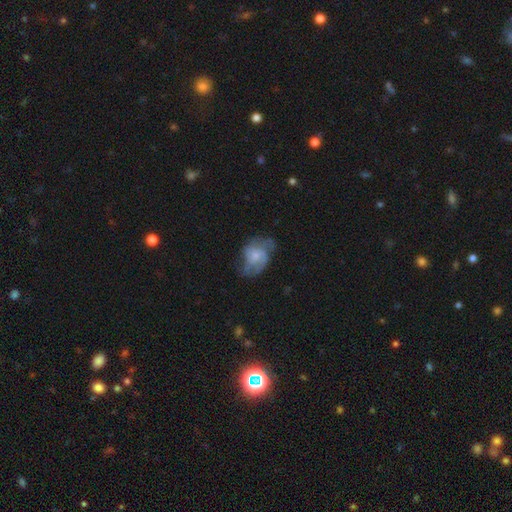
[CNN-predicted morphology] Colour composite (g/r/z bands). It shows a featured or disk galaxy (67%) with no bar (67%), 2 (50%) medium (48%) spiral arms (86%) and a small central bulge (48%). Merging: none (49%).